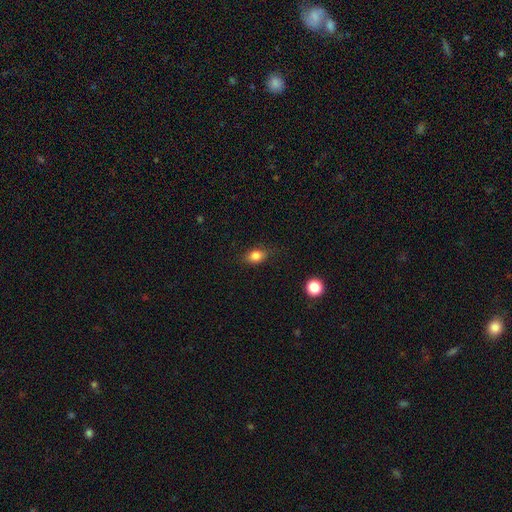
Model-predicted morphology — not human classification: This is clearly a smooth galaxy (83%). How rounded: likely in between (77%). Merging: likely none (80%).